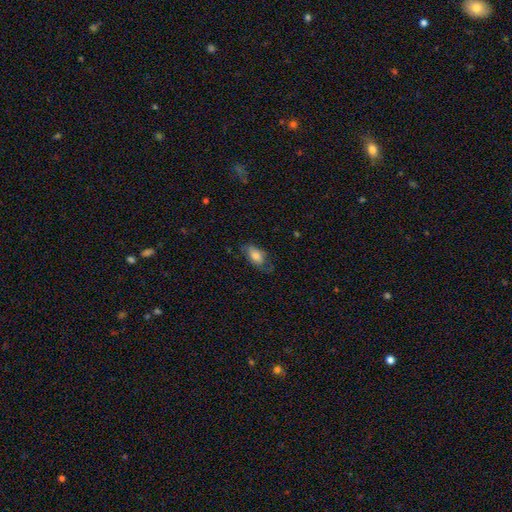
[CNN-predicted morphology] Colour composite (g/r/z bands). It shows a smooth galaxy with no disk features (73%) that is in between round and cigar-shaped (89%). Merging: none (60%).